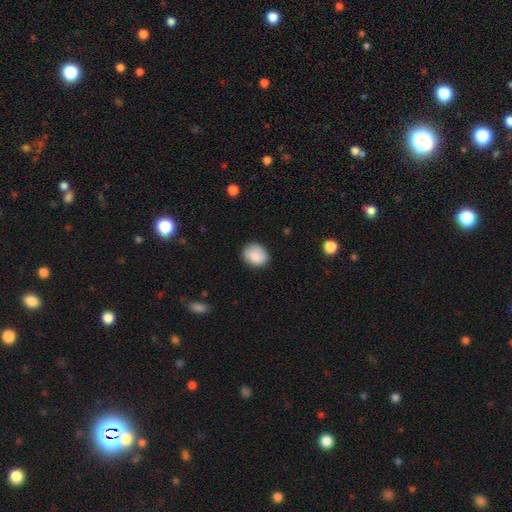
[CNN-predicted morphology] smooth_or_featured: smooth (p=0.84) [alt: featured or disk p=0.09]
how_rounded: round (p=0.63) [alt: in between p=0.36]
merging: none (p=0.79) [alt: minor disturbance p=0.16]